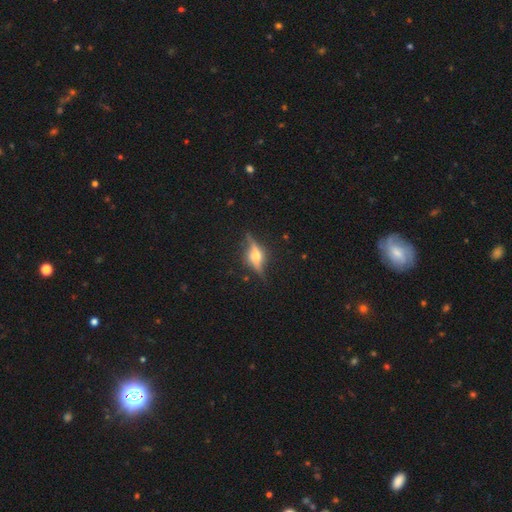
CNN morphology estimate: A featured or disk galaxy (80%) viewed edge-on (86%) with a rounded central bulge (91%). Merging: none (78%).